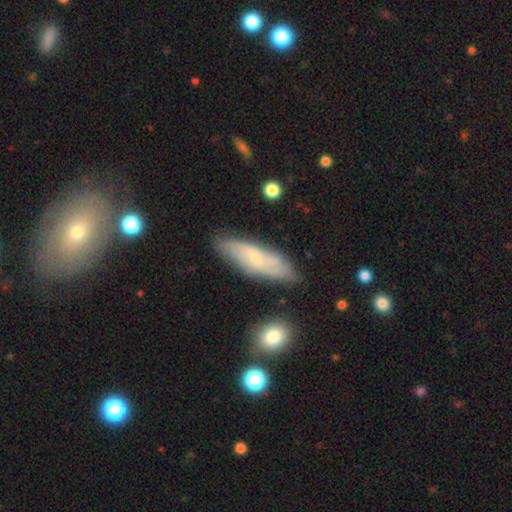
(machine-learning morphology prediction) Smooth or featured? Predicted: smooth (p=0.46). Merging? Predicted: none (p=0.83).